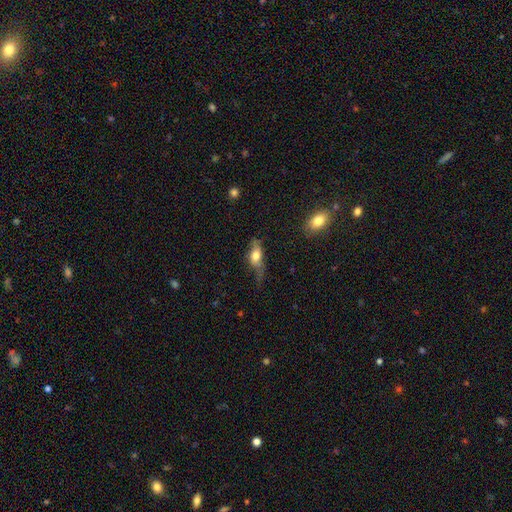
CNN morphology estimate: This is possibly a smooth galaxy (57%). How rounded: likely in between (67%). Merging: marginally none (35%).